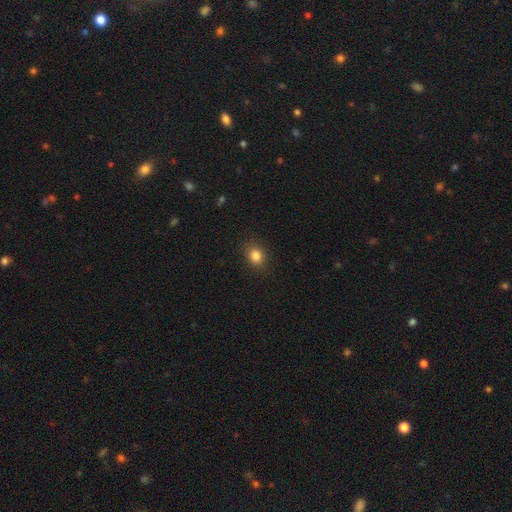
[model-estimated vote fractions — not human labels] The model was most divided on "how rounded": round: 60%, in between: 39%, cigar-shaped: 1%. More confident: merging — none (88%); smooth or featured — smooth (84%).